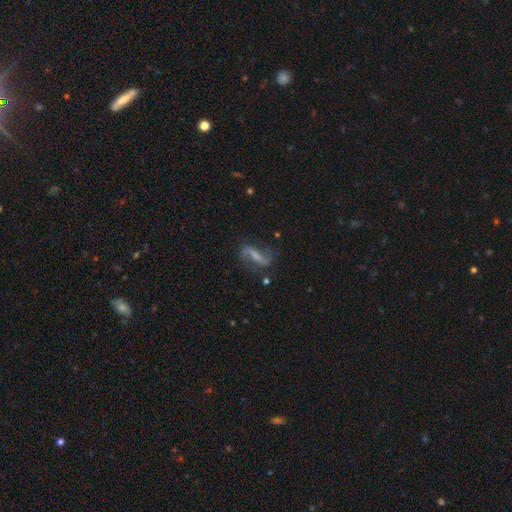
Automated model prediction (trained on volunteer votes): Morphology: type=featured or disk (74%); edge-on=no (91%); bar=strong (43%); spiral arms=yes (91%); winding=loose (75%); arm count=2 (90%); bulge=small (46%); merging=none (68%).